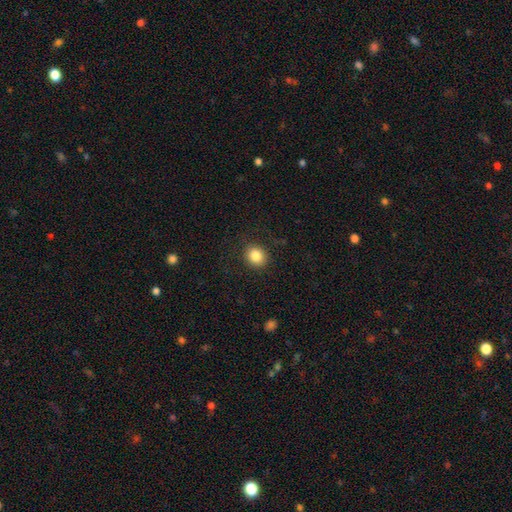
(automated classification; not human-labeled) This is clearly a smooth galaxy (85%). How rounded: likely round (77%). Merging: clearly none (89%).